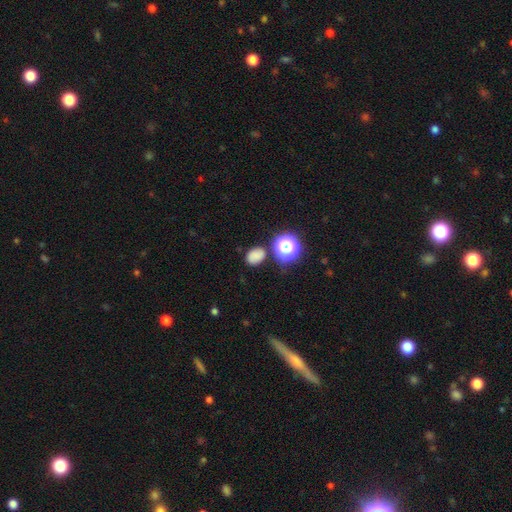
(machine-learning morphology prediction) A smooth galaxy with no disk features (77%) that is in between round and cigar-shaped (58%).

Vote fractions:
- Smooth or featured? smooth: 77% / star or artifact: 17% / featured or disk: 6%
- How rounded? in between: 58% / round: 41% / cigar-shaped: 1%
- Merging? none: 76% / minor disturbance: 13% / merger: 6% / major disturbance: 4%